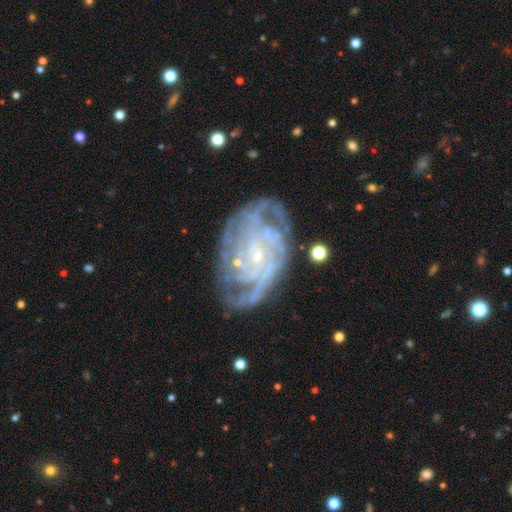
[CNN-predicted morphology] This appears to be a featured or disk galaxy (87%) with no bar (65%), tight (67%) spiral arms (96%) and a small central bulge (84%). Merging: none (71%).